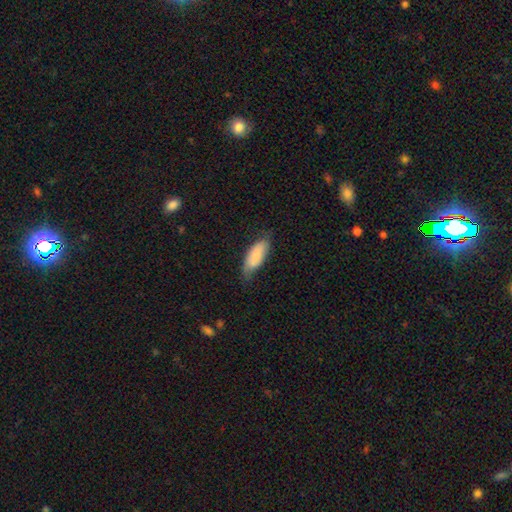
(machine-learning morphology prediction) type=smooth (78%); roundness=in between (80%); merging=none (62%).